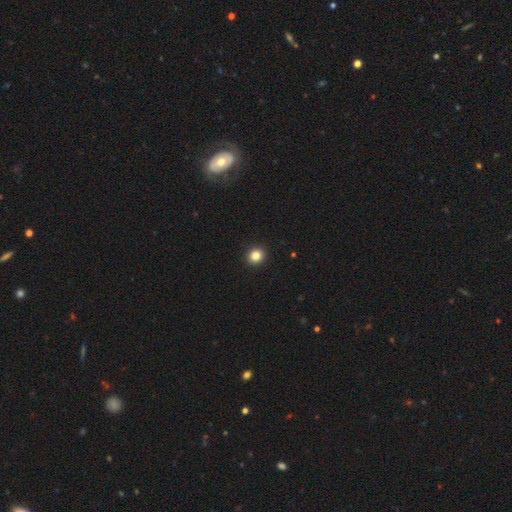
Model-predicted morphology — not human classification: The model was most divided on "how rounded": round: 84%, in between: 15%, cigar-shaped: 1%. More confident: merging — none (93%); smooth or featured — smooth (84%).